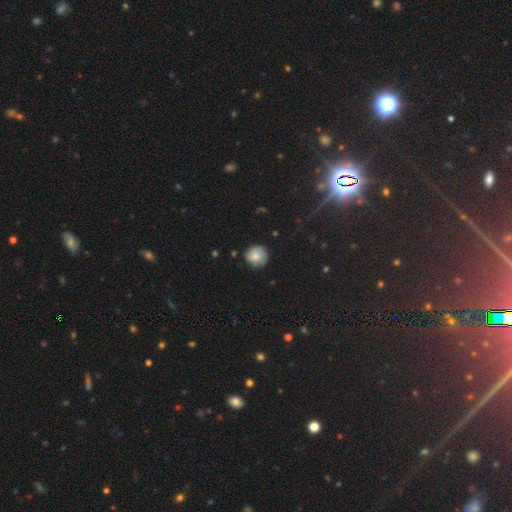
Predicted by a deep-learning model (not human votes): smooth_or_featured: smooth (p=0.72) [alt: featured or disk p=0.19]
how_rounded: round (p=0.89) [alt: in between p=0.10]
merging: none (p=0.71) [alt: minor disturbance p=0.23]